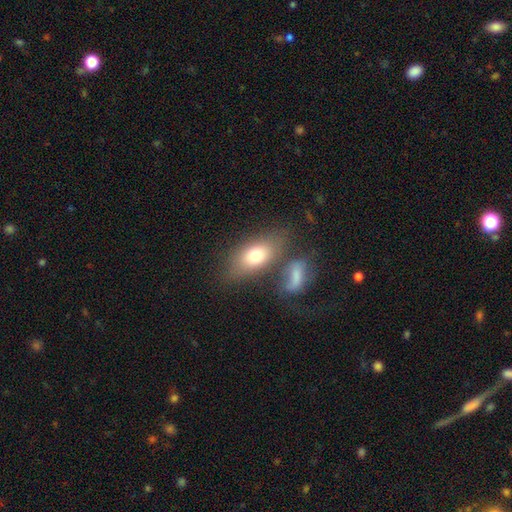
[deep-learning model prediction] Smooth or featured? Predicted: smooth (p=0.74). How rounded? Predicted: in between (p=0.84). Merging? Predicted: none (p=0.61).